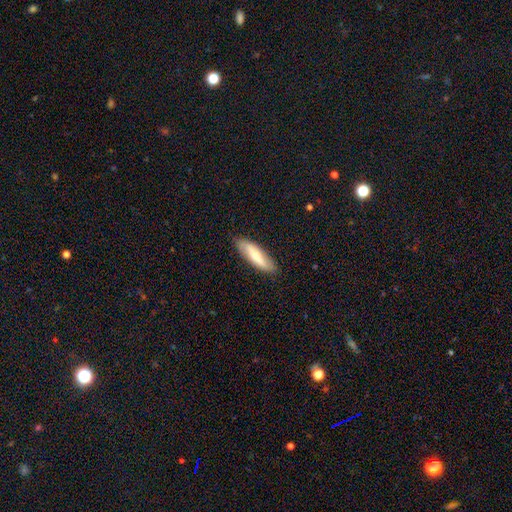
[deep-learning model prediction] Morphology: type=smooth (60%); roundness=cigar-shaped (58%); merging=none (86%).